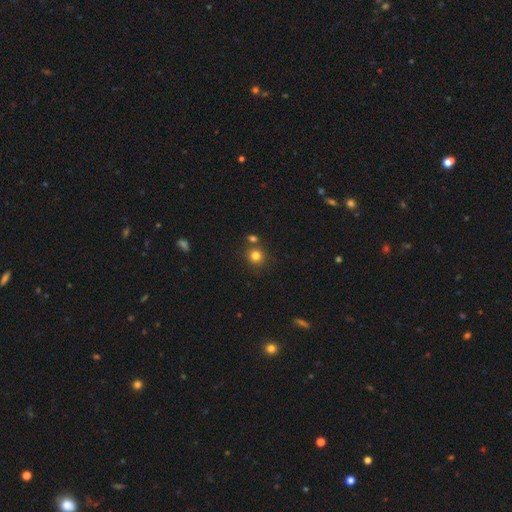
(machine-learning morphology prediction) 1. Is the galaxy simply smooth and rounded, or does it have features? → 80% smooth, 14% star or artifact, 7% featured or disk.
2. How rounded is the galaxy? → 88% round, 11% in between, 1% cigar-shaped.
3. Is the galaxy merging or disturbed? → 74% none, 15% merger, 9% minor disturbance, 3% major disturbance.